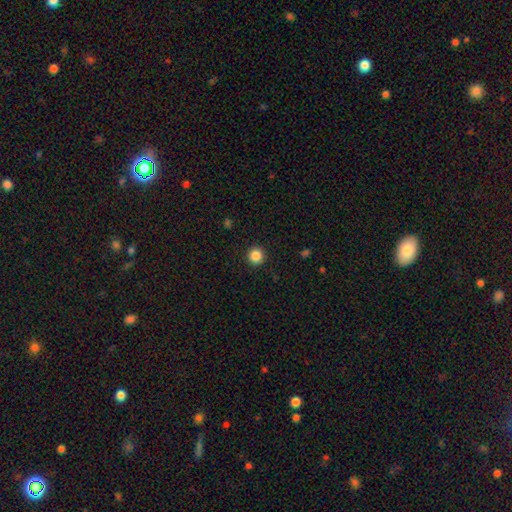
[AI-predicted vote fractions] smooth-or-featured: smooth: 86% | star or artifact: 10% | featured or disk: 3%
  how-rounded: round: 94% | in between: 5% | cigar-shaped: 1%
  merging: none: 93% | minor disturbance: 5% | major disturbance: 2% | merger: 1%